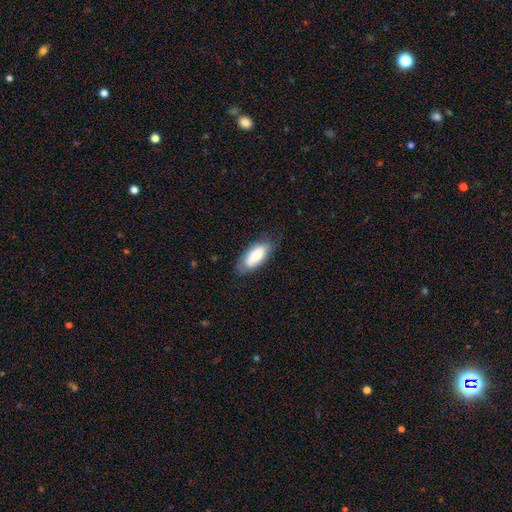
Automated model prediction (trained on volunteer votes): Overall: smooth (77%). How rounded: in between (82%). Merging: none (75%).